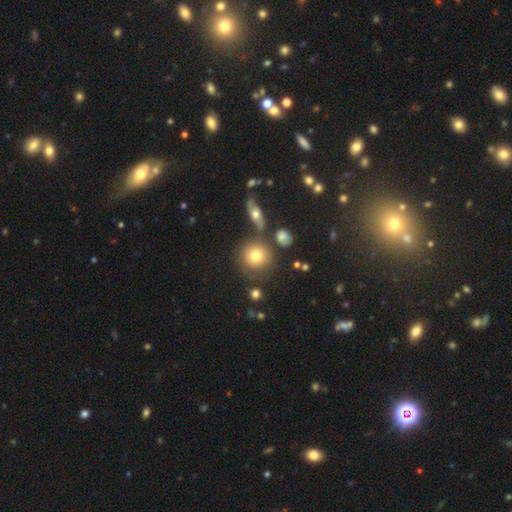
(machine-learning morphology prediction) Smooth or featured?
  - smooth: 74% *
  - featured or disk: 15%
  - star or artifact: 11%
How rounded?
  - round: 89% *
  - in between: 10%
  - cigar-shaped: 1%
Merging?
  - none: 72% *
  - minor disturbance: 12%
  - merger: 12%
  - major disturbance: 5%